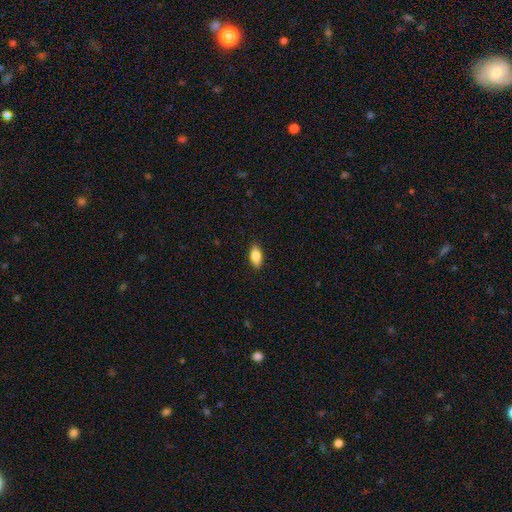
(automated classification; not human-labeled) smooth_or_featured: smooth (p=0.86) [alt: featured or disk p=0.08]
how_rounded: in between (p=0.89) [alt: cigar-shaped p=0.08]
merging: none (p=0.89) [alt: minor disturbance p=0.08]